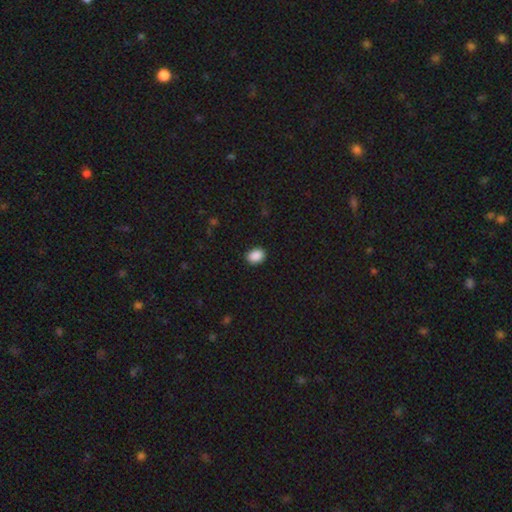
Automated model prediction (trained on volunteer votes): smooth 89%, star or artifact 8%, featured or disk 2%. Down the decision tree: how rounded — in between (60%); merging — none (90%).